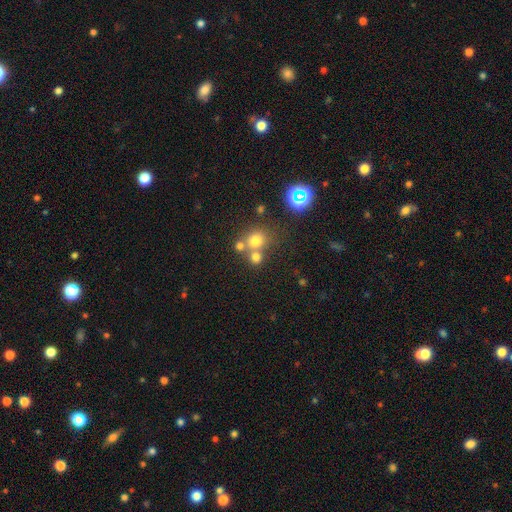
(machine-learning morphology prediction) A smooth galaxy with no disk features (64%) that is round (83%).

Vote fractions:
- Smooth or featured? smooth: 64% / star or artifact: 24% / featured or disk: 13%
- How rounded? round: 83% / in between: 16% / cigar-shaped: 1%
- Merging? none: 52% / merger: 37% / minor disturbance: 7% / major disturbance: 4%